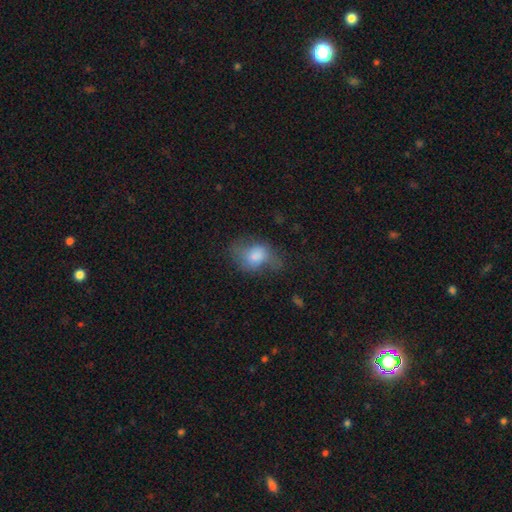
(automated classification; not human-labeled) This appears to be a smooth galaxy with no disk features (67%) that is in between round and cigar-shaped (69%). Merging: none (42%).